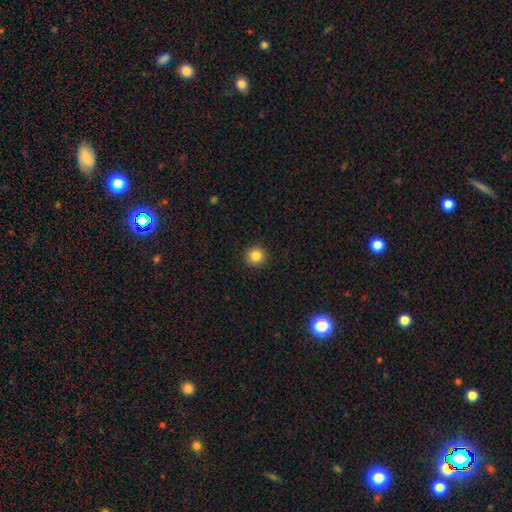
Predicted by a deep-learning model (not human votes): smooth-or-featured: smooth: 85% | star or artifact: 11% | featured or disk: 5%
  how-rounded: round: 94% | in between: 5% | cigar-shaped: 1%
  merging: none: 93% | minor disturbance: 5% | major disturbance: 2% | merger: 1%